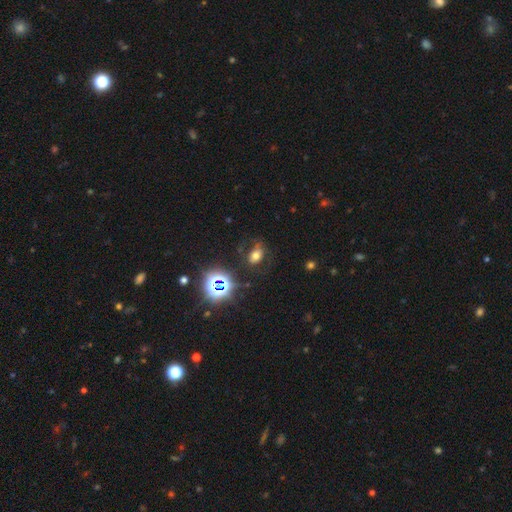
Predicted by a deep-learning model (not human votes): Smooth or featured?
  - smooth: 53% *
  - star or artifact: 28%
  - featured or disk: 19%
How rounded?
  - in between: 76% *
  - round: 22%
  - cigar-shaped: 2%
Merging?
  - none: 64% *
  - minor disturbance: 20%
  - major disturbance: 13%
  - merger: 3%